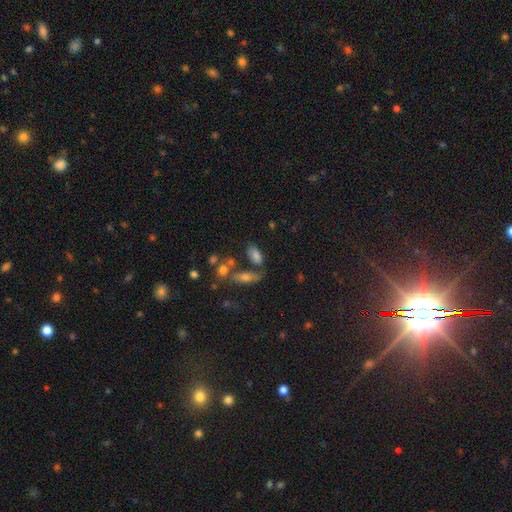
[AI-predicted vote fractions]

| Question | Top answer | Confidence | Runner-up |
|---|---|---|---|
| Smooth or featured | smooth | 77% | featured or disk (13%) |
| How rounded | in between | 86% | cigar-shaped (9%) |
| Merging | none | 59% | merger (18%) |